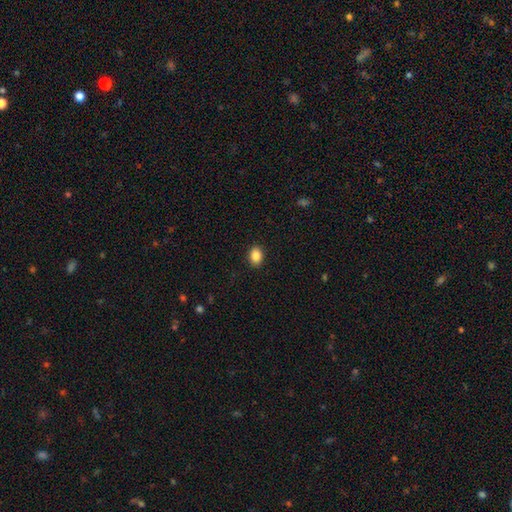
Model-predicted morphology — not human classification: A smooth galaxy with no disk features (87%) that is in between round and cigar-shaped (75%).

Vote fractions:
- Smooth or featured? smooth: 87% / star or artifact: 8% / featured or disk: 4%
- How rounded? in between: 75% / round: 24% / cigar-shaped: 1%
- Merging? none: 90% / minor disturbance: 7% / major disturbance: 2% / merger: 1%